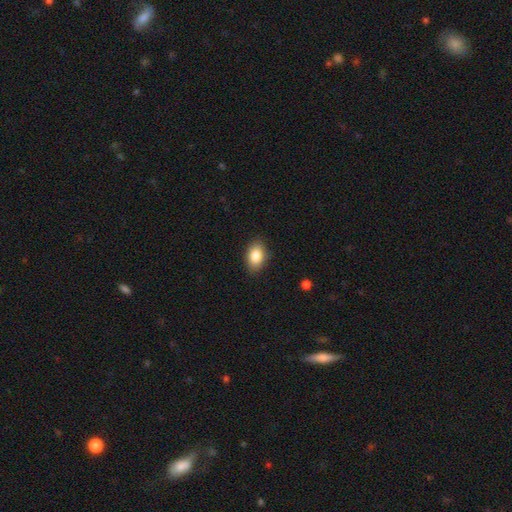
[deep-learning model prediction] Smooth or featured? Predicted: smooth (p=0.84). How rounded? Predicted: in between (p=0.86). Merging? Predicted: none (p=0.87).